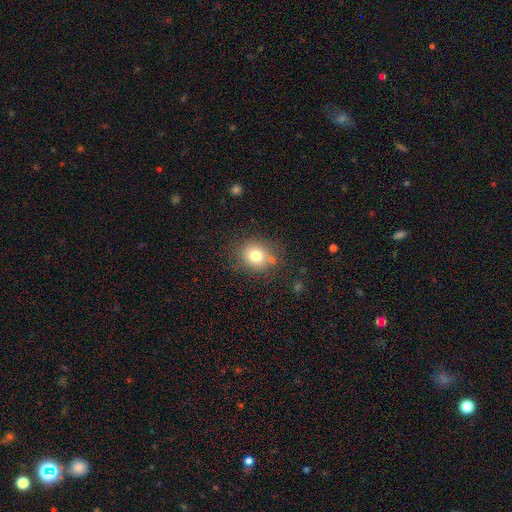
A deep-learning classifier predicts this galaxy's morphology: A smooth galaxy with no disk features (76%) that is round (72%).

Vote fractions:
- Smooth or featured? smooth: 76% / star or artifact: 13% / featured or disk: 11%
- How rounded? round: 72% / in between: 27% / cigar-shaped: 1%
- Merging? none: 75% / minor disturbance: 14% / merger: 7% / major disturbance: 4%